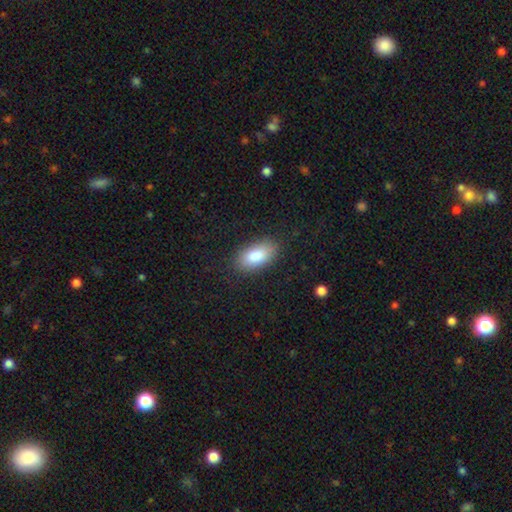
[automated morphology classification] Smooth or featured?
  - smooth: 85% *
  - featured or disk: 8%
  - star or artifact: 7%
How rounded?
  - in between: 92% *
  - cigar-shaped: 5%
  - round: 3%
Merging?
  - none: 85% *
  - minor disturbance: 11%
  - major disturbance: 3%
  - merger: 1%